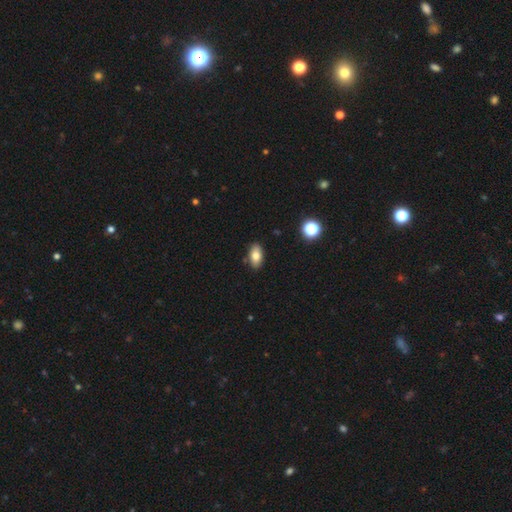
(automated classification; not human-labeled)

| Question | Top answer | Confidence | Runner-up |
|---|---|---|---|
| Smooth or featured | smooth | 80% | featured or disk (11%) |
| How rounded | in between | 91% | round (5%) |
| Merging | none | 86% | minor disturbance (10%) |